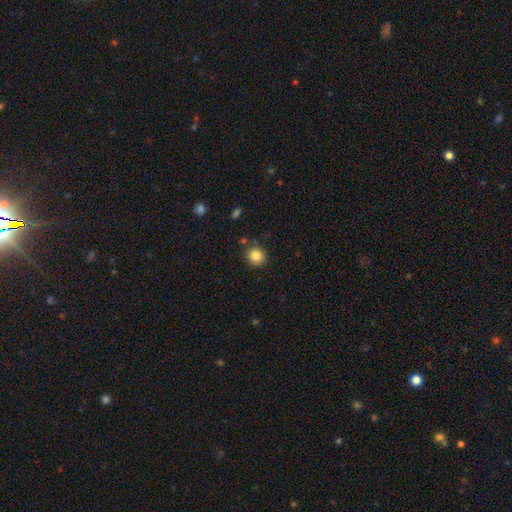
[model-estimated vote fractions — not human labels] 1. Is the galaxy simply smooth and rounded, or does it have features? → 84% smooth, 10% star or artifact, 6% featured or disk.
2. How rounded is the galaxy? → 90% round, 9% in between, 1% cigar-shaped.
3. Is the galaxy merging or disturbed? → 85% none, 8% minor disturbance, 4% merger, 2% major disturbance.